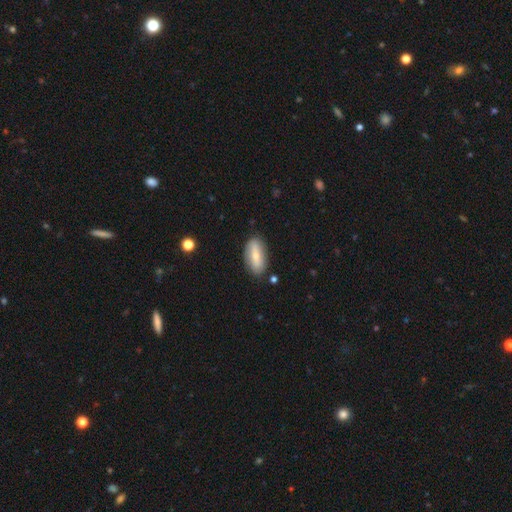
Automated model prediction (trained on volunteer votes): Smooth or featured? Predicted: smooth (p=0.62). How rounded? Predicted: in between (p=0.85). Merging? Predicted: none (p=0.83).